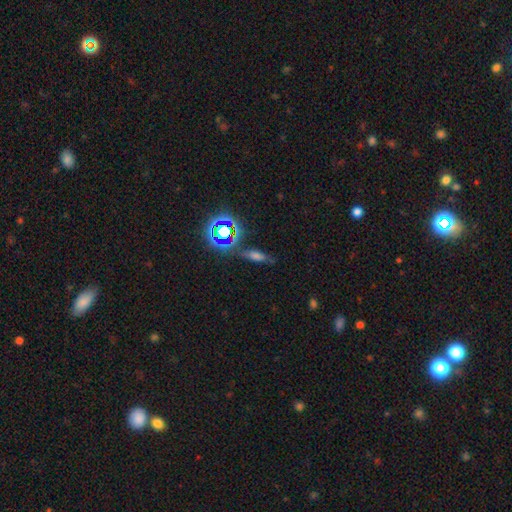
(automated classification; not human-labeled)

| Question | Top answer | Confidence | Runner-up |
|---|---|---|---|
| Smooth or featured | smooth | 50% | star or artifact (27%) |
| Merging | none | 71% | minor disturbance (17%) |